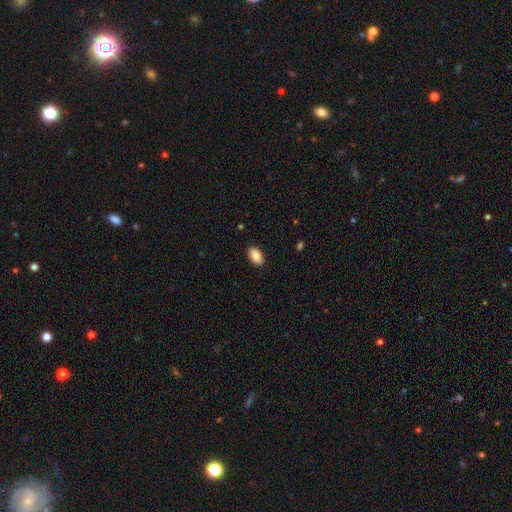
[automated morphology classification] type=smooth (88%); roundness=in between (94%); merging=none (90%).